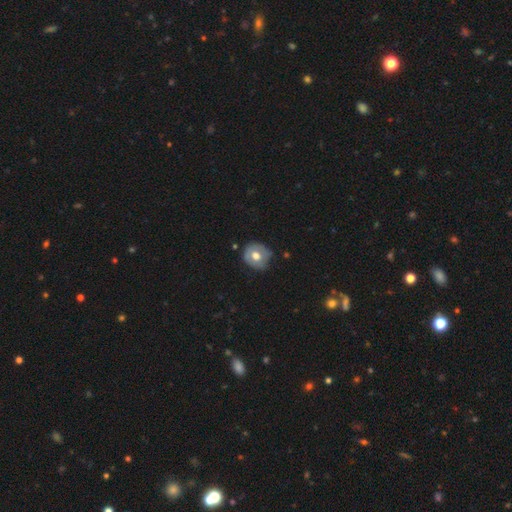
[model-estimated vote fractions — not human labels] smooth-or-featured: smooth: 55% | featured or disk: 38% | star or artifact: 7%
  how-rounded: round: 80% | in between: 19% | cigar-shaped: 1%
  merging: none: 68% | minor disturbance: 24% | major disturbance: 6% | merger: 2%